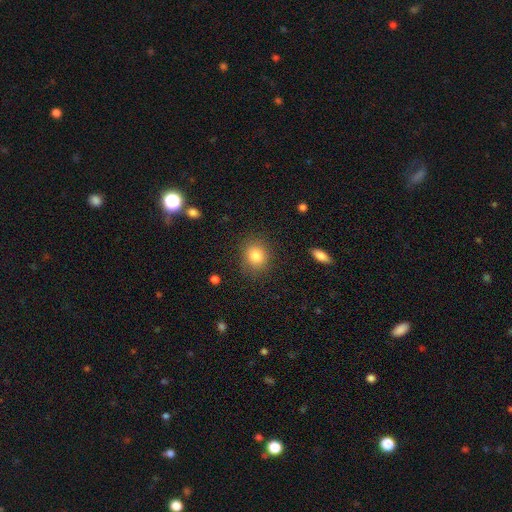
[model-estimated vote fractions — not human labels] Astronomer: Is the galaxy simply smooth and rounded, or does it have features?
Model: smooth — 83%.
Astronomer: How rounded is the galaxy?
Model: round — 69%.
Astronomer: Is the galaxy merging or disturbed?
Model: none — 84%.